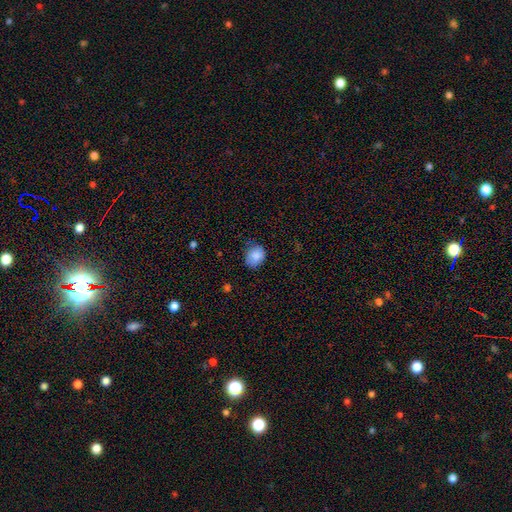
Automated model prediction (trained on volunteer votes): This appears to be a smooth galaxy with no disk features (85%) that is round (53%). Merging: none (68%).